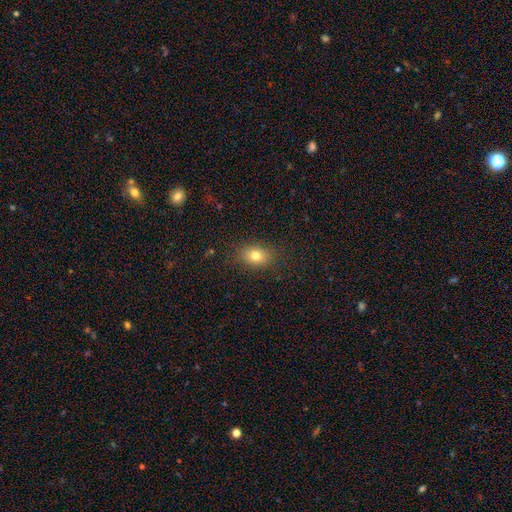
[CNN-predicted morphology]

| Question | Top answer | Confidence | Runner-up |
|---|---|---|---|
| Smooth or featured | smooth | 78% | star or artifact (12%) |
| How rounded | in between | 69% | round (29%) |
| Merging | none | 85% | minor disturbance (10%) |